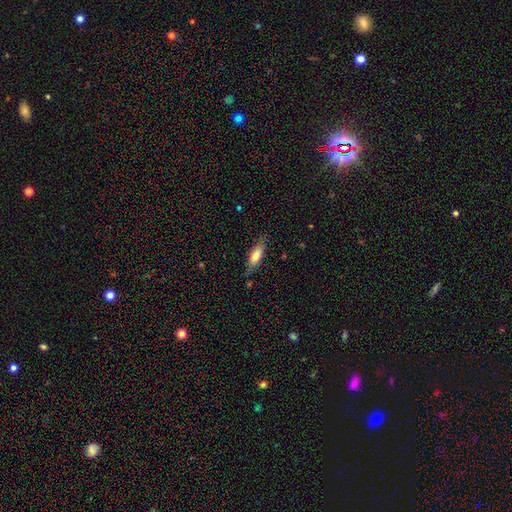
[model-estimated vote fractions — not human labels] The model was most divided on "how rounded": in between: 60%, cigar-shaped: 38%, round: 2%. More confident: merging — none (76%); smooth or featured — smooth (75%).